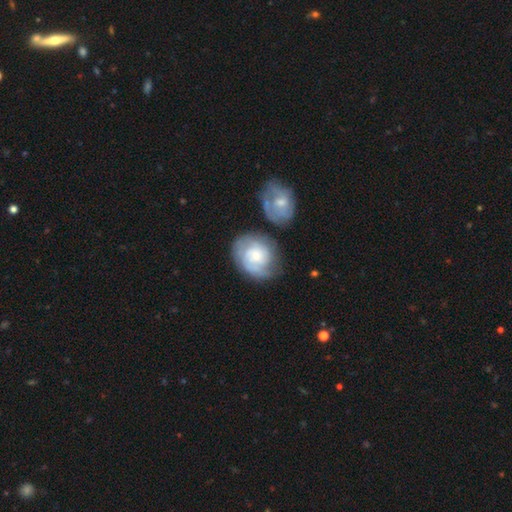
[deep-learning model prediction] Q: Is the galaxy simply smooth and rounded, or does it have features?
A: featured or disk — 63%.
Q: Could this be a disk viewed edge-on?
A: no — 97%.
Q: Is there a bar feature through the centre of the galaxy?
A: no — 75%.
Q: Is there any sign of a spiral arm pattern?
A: yes — 87%.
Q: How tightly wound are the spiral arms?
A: tight — 60%.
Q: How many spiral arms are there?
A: can't tell — 35%.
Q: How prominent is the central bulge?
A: small — 61%.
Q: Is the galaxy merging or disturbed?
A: none — 60%.